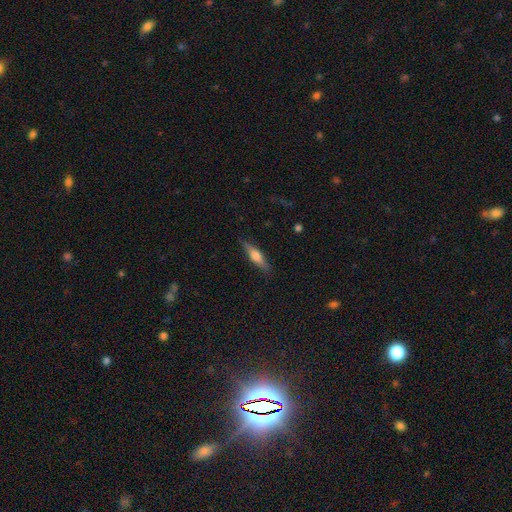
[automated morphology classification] Smooth or featured? Predicted: smooth (p=0.48). Merging? Predicted: none (p=0.86).